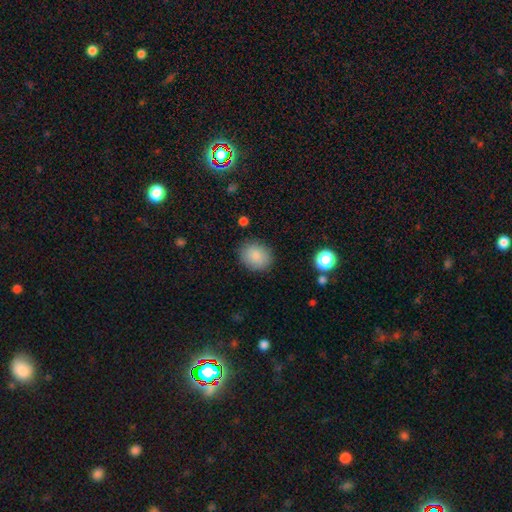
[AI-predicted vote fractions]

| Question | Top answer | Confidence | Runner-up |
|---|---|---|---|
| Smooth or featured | smooth | 87% | star or artifact (8%) |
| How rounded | round | 62% | in between (37%) |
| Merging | none | 86% | minor disturbance (9%) |